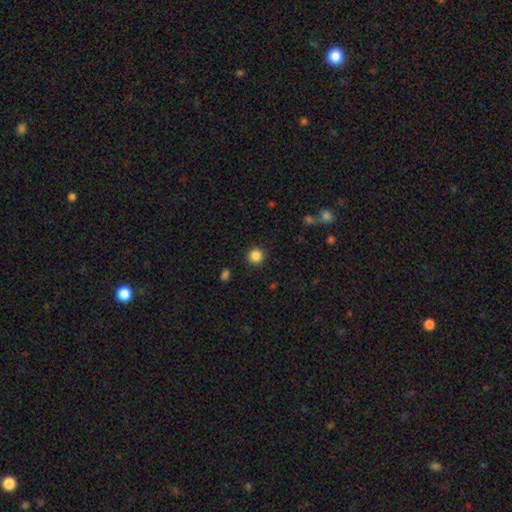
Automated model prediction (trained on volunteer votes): This appears to be a smooth galaxy with no disk features (86%) that is round (93%). Merging: none (91%).